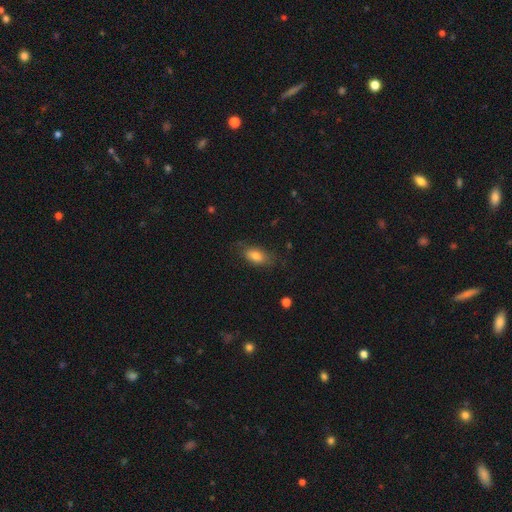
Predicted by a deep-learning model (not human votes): Overall: smooth (78%). How rounded: in between (87%). Merging: none (74%).